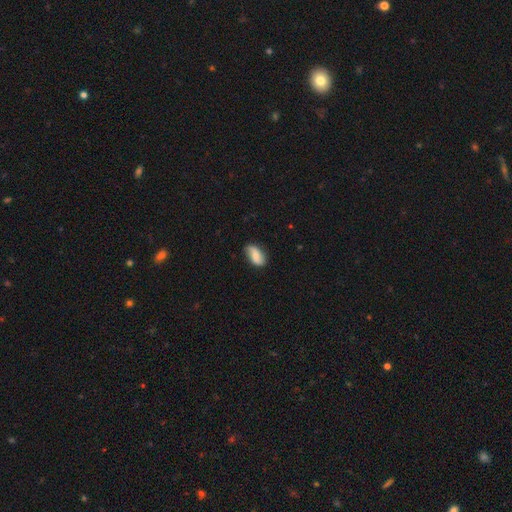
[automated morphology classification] smooth-or-featured: smooth: 57% | featured or disk: 36% | star or artifact: 7%
  how-rounded: in between: 90% | round: 5% | cigar-shaped: 4%
  merging: none: 77% | minor disturbance: 18% | major disturbance: 4% | merger: 1%